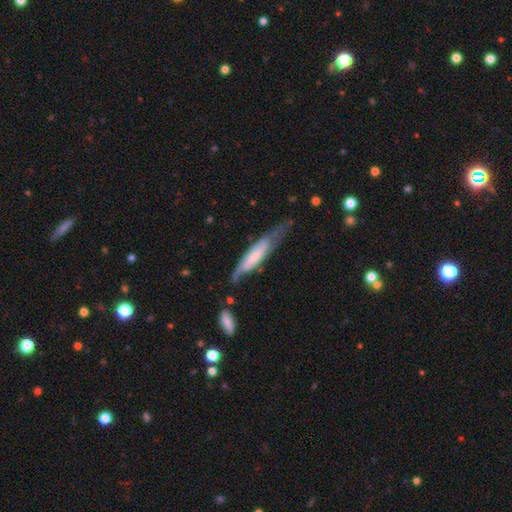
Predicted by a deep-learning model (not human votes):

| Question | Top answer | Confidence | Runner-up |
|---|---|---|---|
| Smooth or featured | featured or disk | 54% | smooth (40%) |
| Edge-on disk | yes | 54% | no (46%) |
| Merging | none | 48% | minor disturbance (29%) |